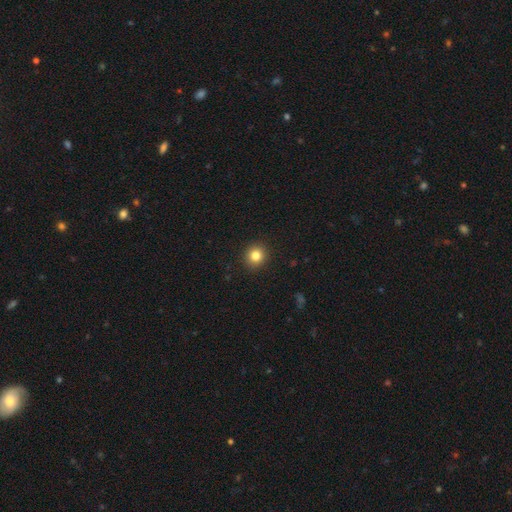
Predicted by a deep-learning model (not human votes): A smooth galaxy with no disk features (82%) that is round (89%).

Vote fractions:
- Smooth or featured? smooth: 82% / star or artifact: 12% / featured or disk: 6%
- How rounded? round: 89% / in between: 10% / cigar-shaped: 1%
- Merging? none: 92% / minor disturbance: 5% / major disturbance: 2% / merger: 1%